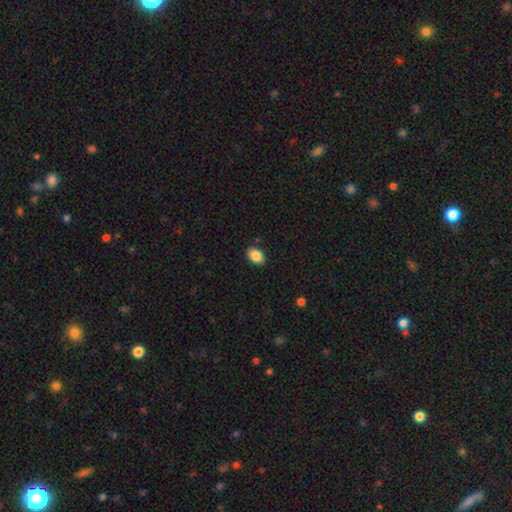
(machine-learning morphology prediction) This is clearly a smooth galaxy (88%). How rounded: clearly in between (84%). Merging: clearly none (88%).